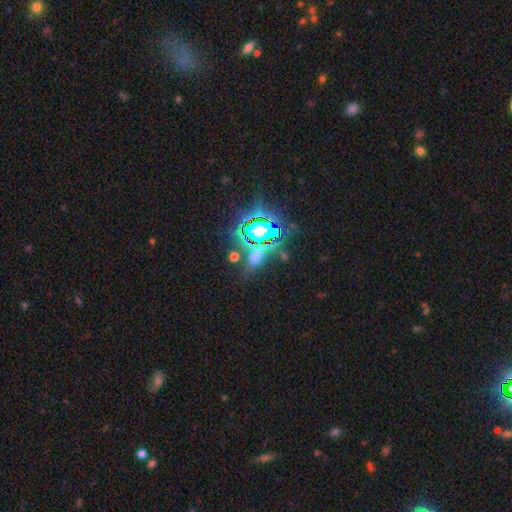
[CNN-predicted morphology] A star or artifact, not a galaxy (60%).

Vote fractions:
- Smooth or featured? star or artifact: 60% / smooth: 28% / featured or disk: 11%